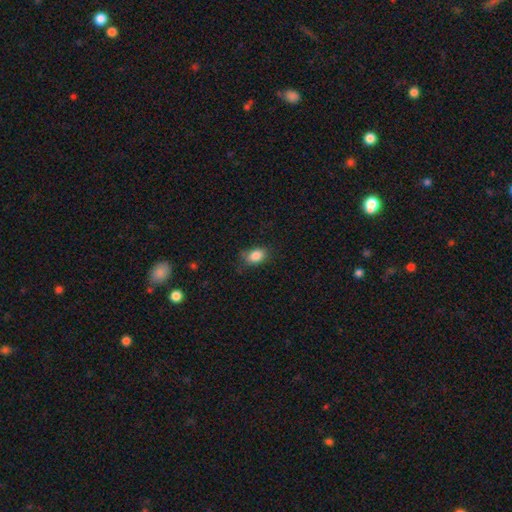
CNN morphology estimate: A smooth galaxy with no disk features (86%) that is in between round and cigar-shaped (79%).

Vote fractions:
- Smooth or featured? smooth: 86% / star or artifact: 9% / featured or disk: 5%
- How rounded? in between: 79% / round: 19% / cigar-shaped: 2%
- Merging? none: 73% / minor disturbance: 20% / major disturbance: 5% / merger: 2%